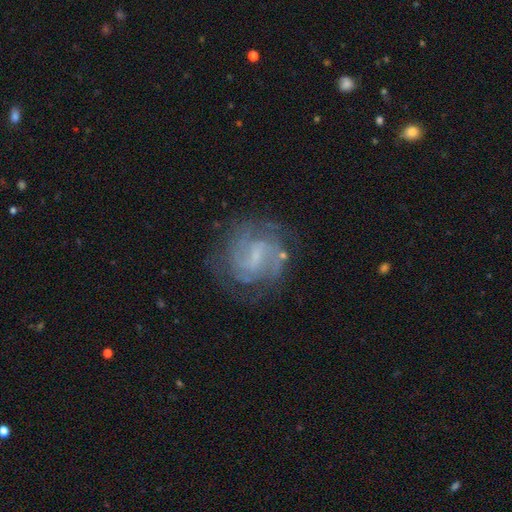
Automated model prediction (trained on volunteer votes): smooth_or_featured: featured or disk (p=0.80) [alt: smooth p=0.12]
disk_edge_on: no (p=0.97) [alt: yes p=0.03]
bar: weak (p=0.56) [alt: strong p=0.23]
has_spiral_arms: yes (p=0.91) [alt: no p=0.09]
spiral_winding: tight (p=0.45) [alt: medium p=0.42]
spiral_arm_count: 2 (p=0.50) [alt: can't tell p=0.26]
bulge_size: small (p=0.50) [alt: none p=0.30]
merging: none (p=0.73) [alt: minor disturbance p=0.16]